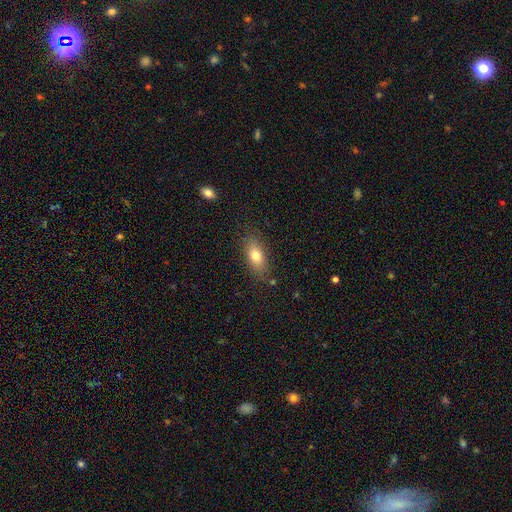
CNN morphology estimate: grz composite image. It shows a smooth galaxy with no disk features (76%) that is in between round and cigar-shaped (80%). Merging: none (81%).